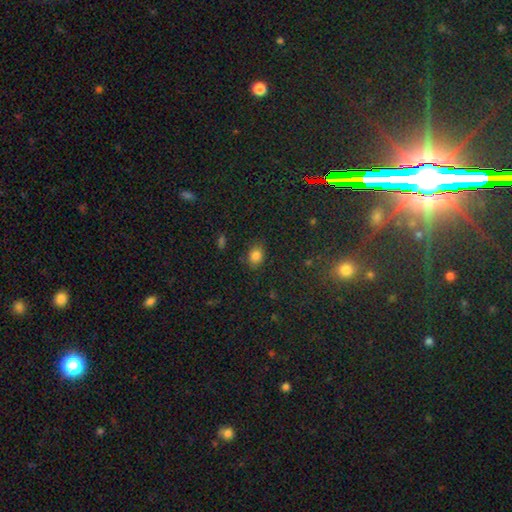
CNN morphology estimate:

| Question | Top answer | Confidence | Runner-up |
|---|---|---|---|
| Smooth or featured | smooth | 81% | star or artifact (13%) |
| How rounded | in between | 53% | round (45%) |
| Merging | none | 79% | minor disturbance (16%) |